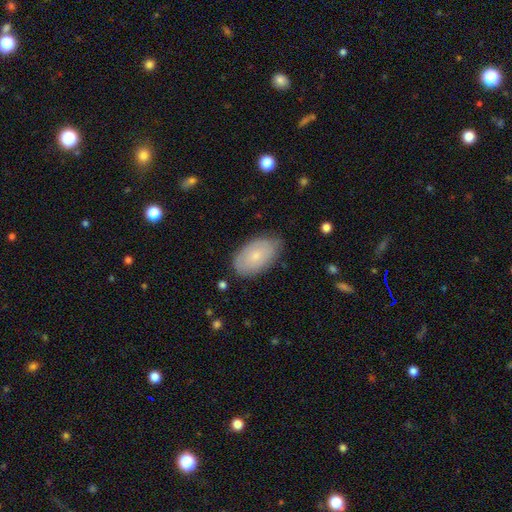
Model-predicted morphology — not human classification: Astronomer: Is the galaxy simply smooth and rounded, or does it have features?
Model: smooth — 69%.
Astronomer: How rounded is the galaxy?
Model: in between — 94%.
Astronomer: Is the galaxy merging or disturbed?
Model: none — 75%.